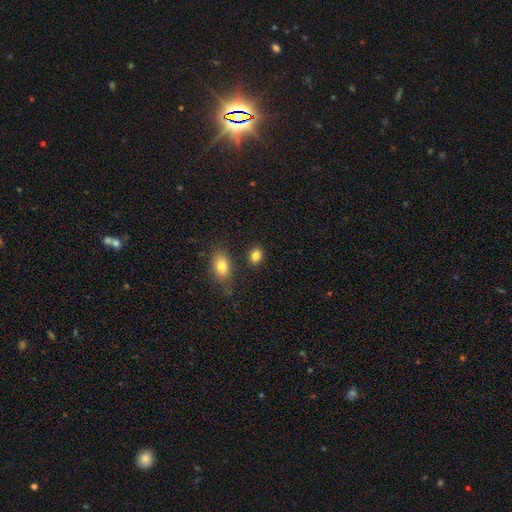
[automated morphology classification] type=smooth (84%); roundness=in between (59%); merging=none (79%).